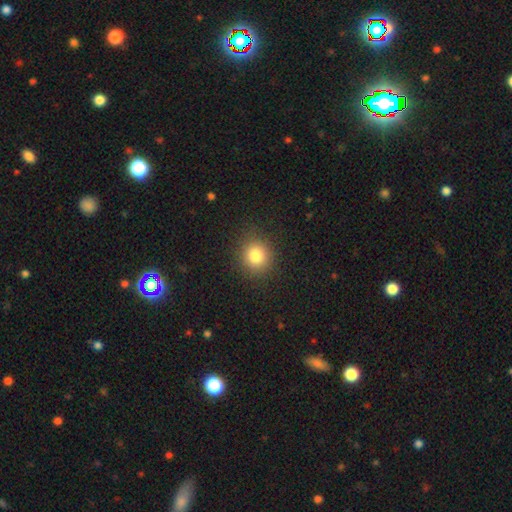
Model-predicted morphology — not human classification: Smooth or featured? smooth (82%)
How rounded? round (87%)
Merging? none (89%)